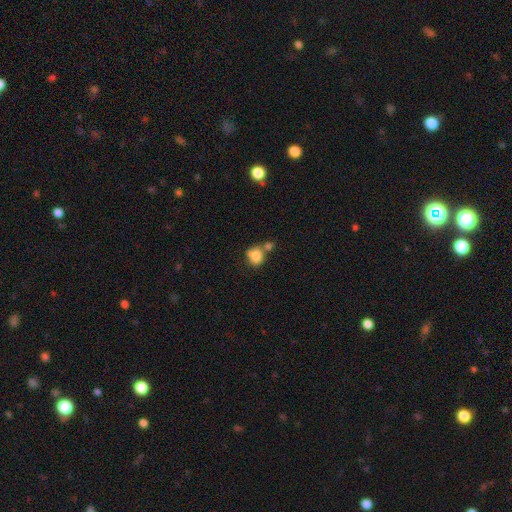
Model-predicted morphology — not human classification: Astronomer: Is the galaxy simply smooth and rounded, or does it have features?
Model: smooth — 81%.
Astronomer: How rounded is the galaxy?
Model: round — 73%.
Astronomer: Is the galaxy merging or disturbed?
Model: none — 43% (runner-up: merger, 37%).